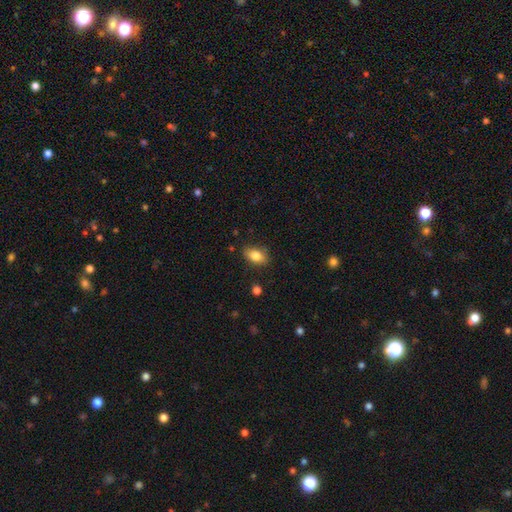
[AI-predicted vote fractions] smooth-or-featured: smooth: 82% | featured or disk: 9% | star or artifact: 8%
  how-rounded: in between: 86% | round: 12% | cigar-shaped: 3%
  merging: none: 82% | minor disturbance: 14% | major disturbance: 3% | merger: 2%